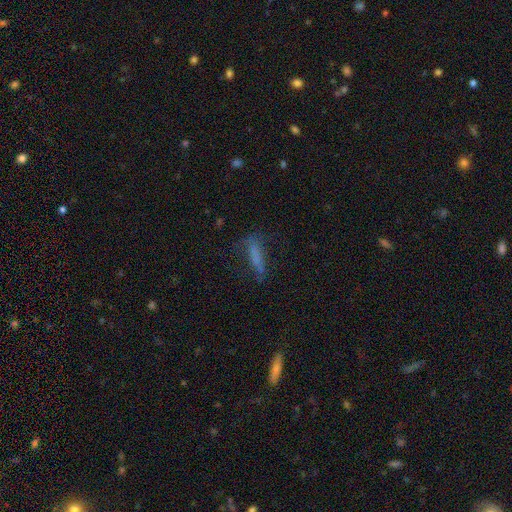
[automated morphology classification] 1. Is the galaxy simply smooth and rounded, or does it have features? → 58% smooth, 25% featured or disk, 16% star or artifact.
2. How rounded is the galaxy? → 72% cigar-shaped, 25% in between, 3% round.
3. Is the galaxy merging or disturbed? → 50% none, 24% minor disturbance, 23% major disturbance, 3% merger.